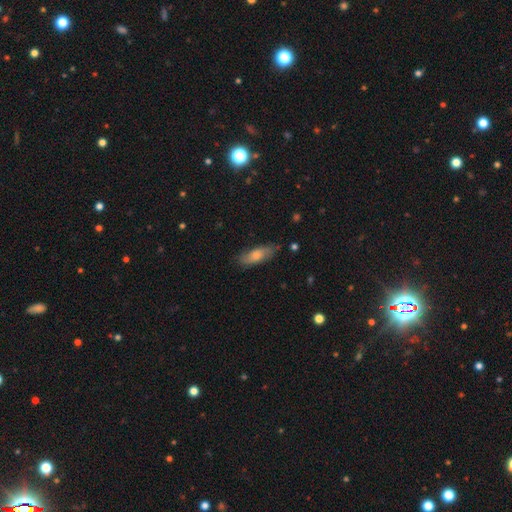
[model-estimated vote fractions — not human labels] The model was most divided on "how rounded": in between: 59%, cigar-shaped: 38%, round: 3%. More confident: merging — none (81%); smooth or featured — smooth (64%).